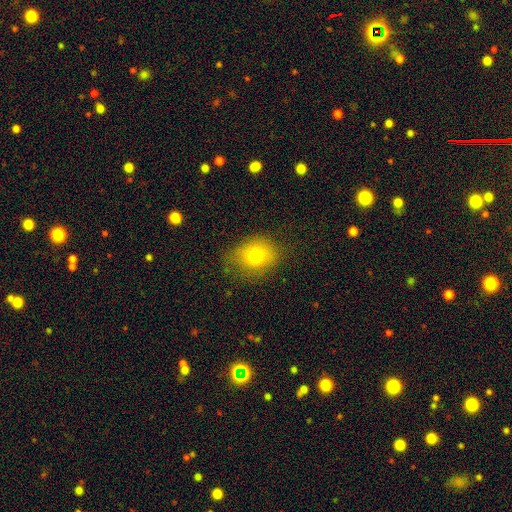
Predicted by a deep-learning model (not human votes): The model was most divided on "how rounded": round: 53%, in between: 45%, cigar-shaped: 1%. More confident: smooth or featured — smooth (76%); merging — none (69%).